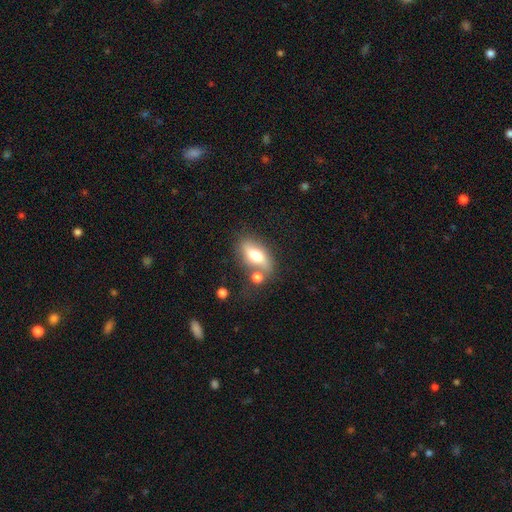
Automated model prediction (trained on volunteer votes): This is likely a smooth galaxy (62%). How rounded: clearly in between (81%). Merging: possibly none (59%).